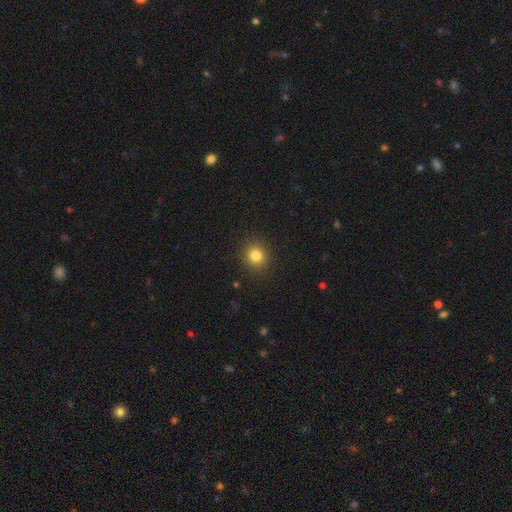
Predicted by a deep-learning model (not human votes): A smooth galaxy with no disk features (82%) that is round (86%).

Vote fractions:
- Smooth or featured? smooth: 82% / star or artifact: 12% / featured or disk: 6%
- How rounded? round: 86% / in between: 13% / cigar-shaped: 1%
- Merging? none: 91% / minor disturbance: 6% / major disturbance: 2% / merger: 1%